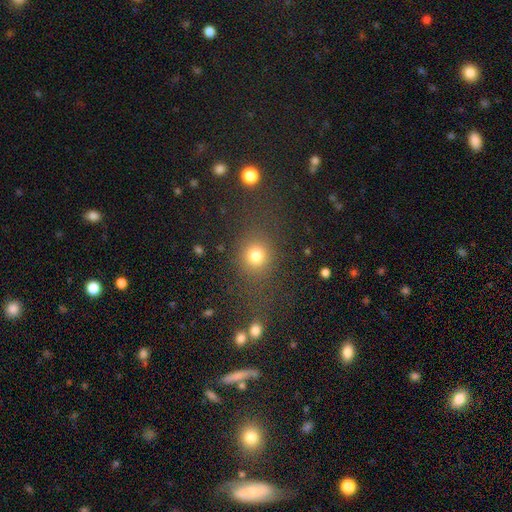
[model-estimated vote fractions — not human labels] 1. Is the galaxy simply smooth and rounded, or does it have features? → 77% smooth, 16% star or artifact, 7% featured or disk.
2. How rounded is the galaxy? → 72% round, 26% in between, 2% cigar-shaped.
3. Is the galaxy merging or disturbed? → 65% none, 14% merger, 12% minor disturbance, 9% major disturbance.